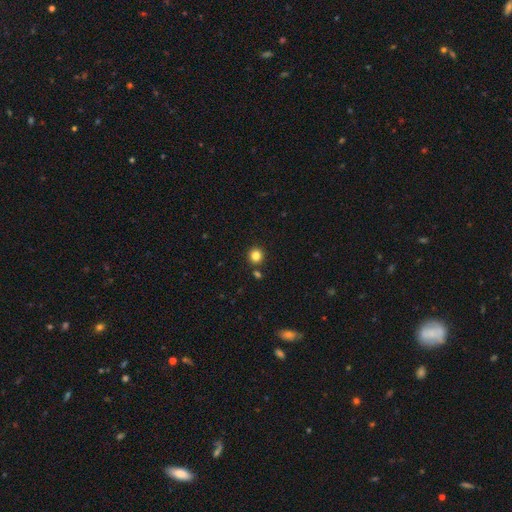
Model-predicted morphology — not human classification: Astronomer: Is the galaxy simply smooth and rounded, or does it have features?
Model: smooth — 83%.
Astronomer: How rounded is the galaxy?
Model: round — 92%.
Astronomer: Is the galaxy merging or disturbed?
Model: none — 87%.